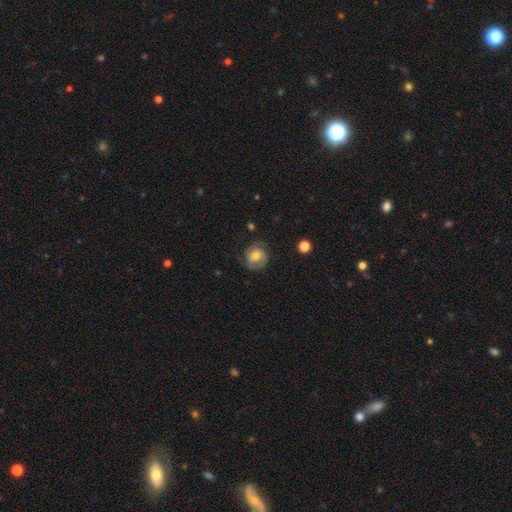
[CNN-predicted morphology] Smooth or featured?
  - smooth: 58% *
  - featured or disk: 34%
  - star or artifact: 8%
How rounded?
  - round: 76% *
  - in between: 23%
  - cigar-shaped: 1%
Merging?
  - none: 65% *
  - minor disturbance: 23%
  - major disturbance: 10%
  - merger: 1%